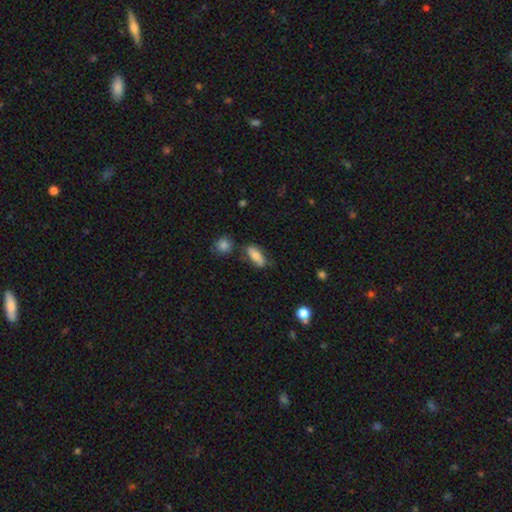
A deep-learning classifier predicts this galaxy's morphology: The model was most divided on "merging": none: 68%, minor disturbance: 21%, merger: 6%, major disturbance: 6%. More confident: smooth or featured — smooth (76%); how rounded — in between (74%).